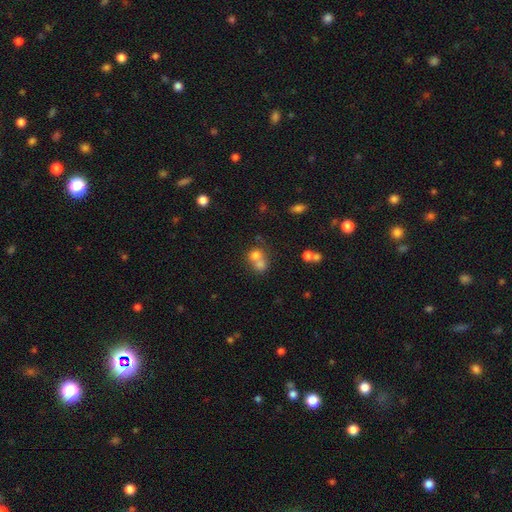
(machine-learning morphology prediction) Overall: smooth (72%). How rounded: round (75%). Merging: merger (61%; none 30%).